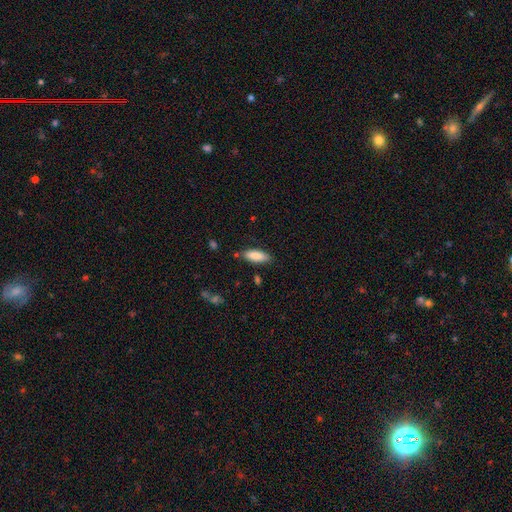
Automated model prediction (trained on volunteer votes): Q: Smooth or featured?
A: smooth (85%); runner-up: featured or disk (8%)
Q: How rounded?
A: in between (68%); runner-up: cigar-shaped (30%)
Q: Merging?
A: none (83%); runner-up: minor disturbance (12%)